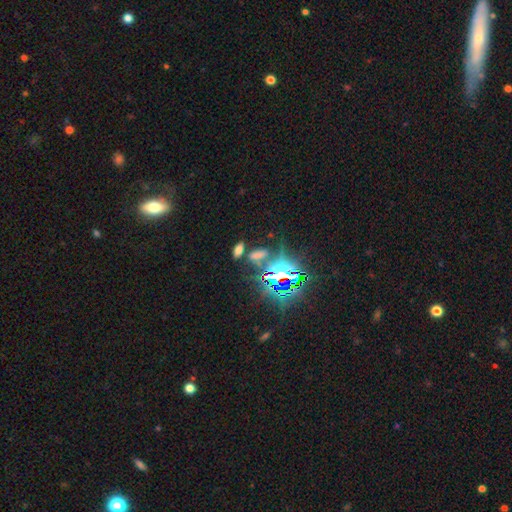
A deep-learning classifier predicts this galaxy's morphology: This appears to be a star or artifact, not a galaxy (55%).